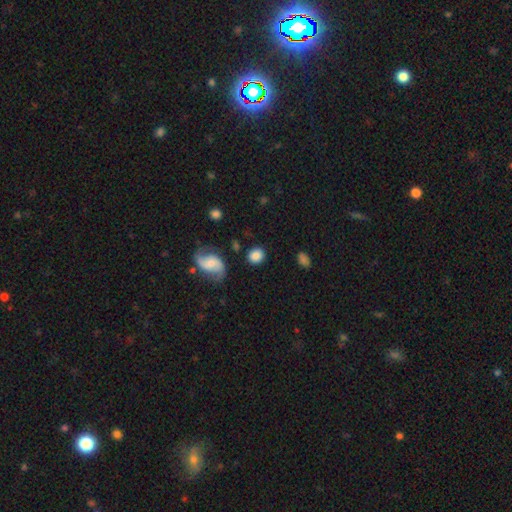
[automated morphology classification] Smooth or featured: smooth — 78% (featured or disk — 14%)
How rounded: round — 77% (in between — 21%)
Merging: none — 80% (minor disturbance — 11%)